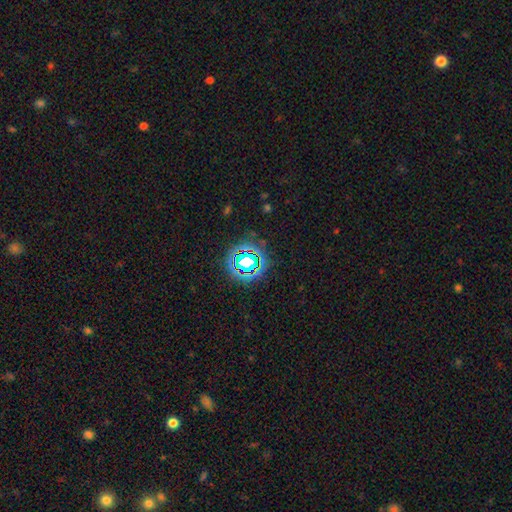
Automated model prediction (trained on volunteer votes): A star or artifact, not a galaxy (74%).